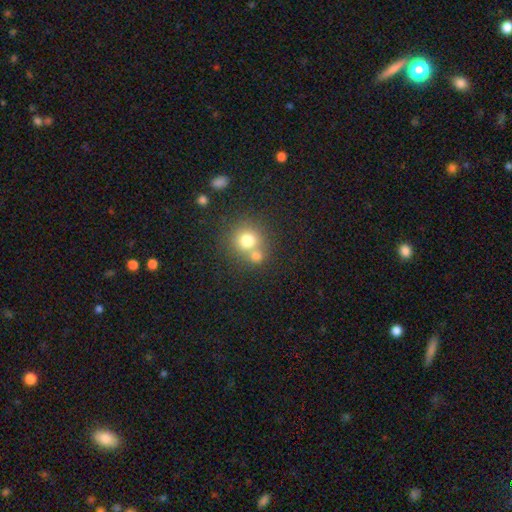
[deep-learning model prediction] Smooth or featured: smooth — 74% (star or artifact — 14%)
How rounded: round — 87% (in between — 12%)
Merging: none — 47% (merger — 42%)